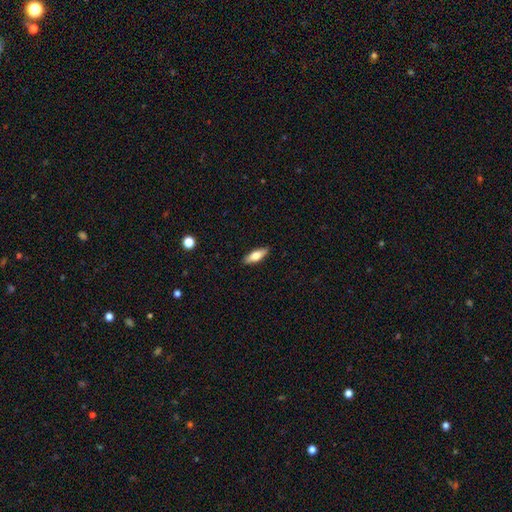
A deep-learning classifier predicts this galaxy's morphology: Smooth or featured: smooth — 63% (featured or disk — 31%)
How rounded: in between — 61% (cigar-shaped — 37%)
Merging: none — 89% (minor disturbance — 8%)